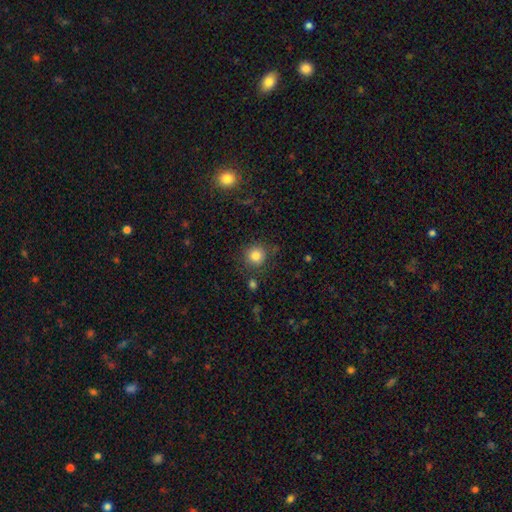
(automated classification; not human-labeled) This is clearly a smooth galaxy (82%). How rounded: clearly round (92%). Merging: clearly none (84%).